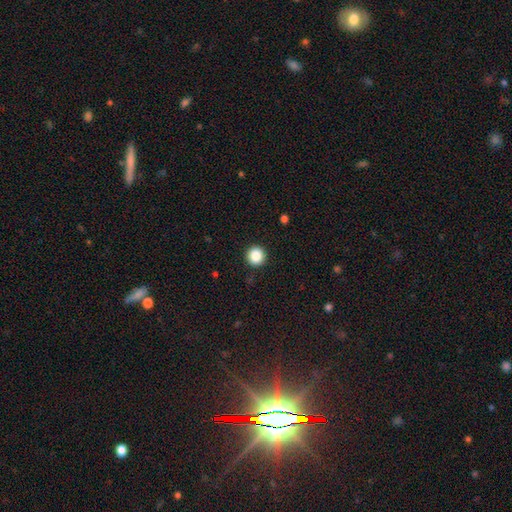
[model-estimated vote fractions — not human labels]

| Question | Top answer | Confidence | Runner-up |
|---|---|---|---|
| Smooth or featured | smooth | 87% | star or artifact (10%) |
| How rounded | round | 95% | in between (4%) |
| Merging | none | 92% | minor disturbance (5%) |